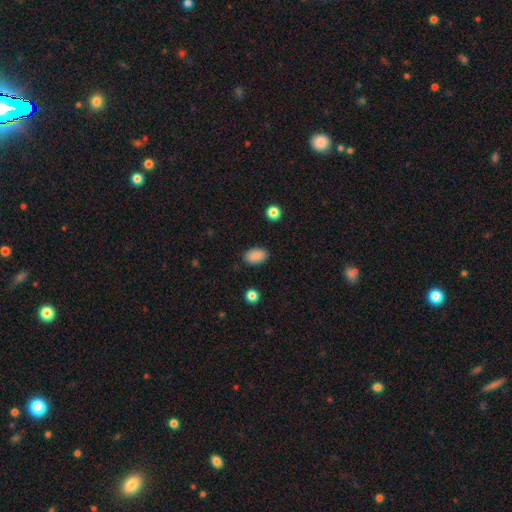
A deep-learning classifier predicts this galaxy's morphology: Smooth or featured?
  - smooth: 89% *
  - star or artifact: 8%
  - featured or disk: 3%
How rounded?
  - in between: 90% *
  - round: 9%
  - cigar-shaped: 1%
Merging?
  - none: 88% *
  - minor disturbance: 8%
  - major disturbance: 2%
  - merger: 1%